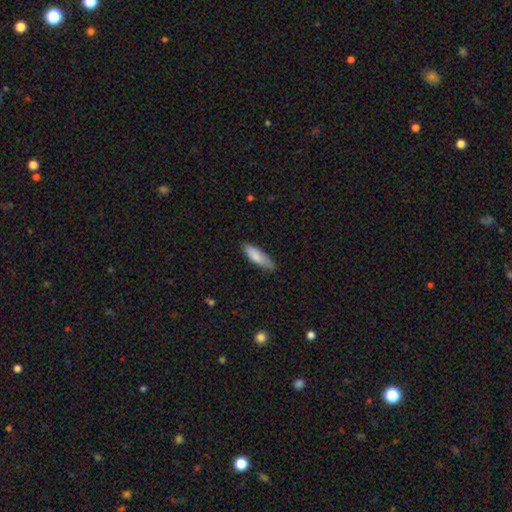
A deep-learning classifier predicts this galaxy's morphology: This is clearly a smooth galaxy (85%). How rounded: possibly cigar-shaped (52%). Merging: likely none (77%).